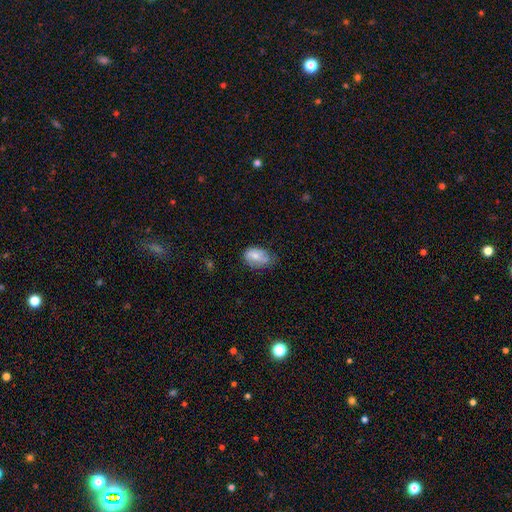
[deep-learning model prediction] This is likely a smooth galaxy (69%). How rounded: clearly in between (86%). Merging: possibly none (51%).